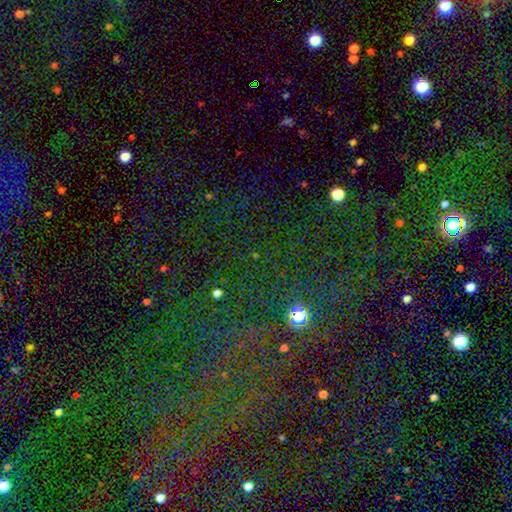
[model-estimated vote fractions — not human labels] This is likely a star or artifact rather than a galaxy (72%).